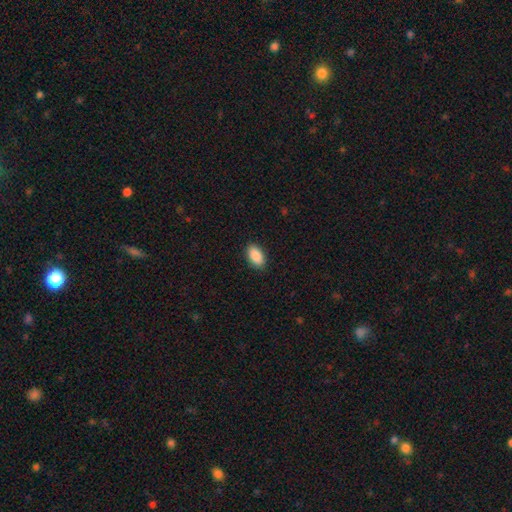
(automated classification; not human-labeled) Q: Smooth or featured?
A: smooth (90%); runner-up: star or artifact (7%)
Q: How rounded?
A: in between (94%); runner-up: round (4%)
Q: Merging?
A: none (89%); runner-up: minor disturbance (8%)